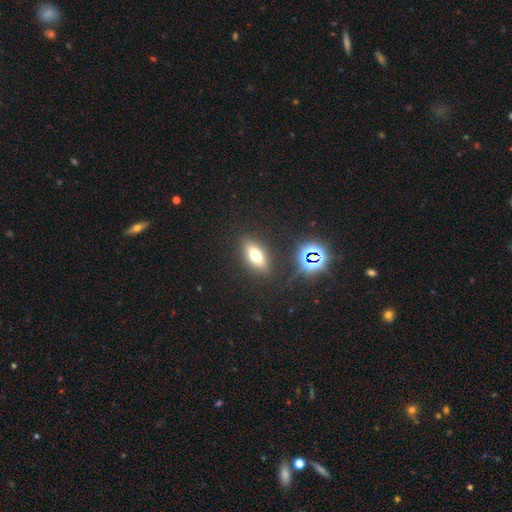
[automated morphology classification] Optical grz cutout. It shows a smooth galaxy with no disk features (59%) that is in between round and cigar-shaped (72%). Merging: none (86%).